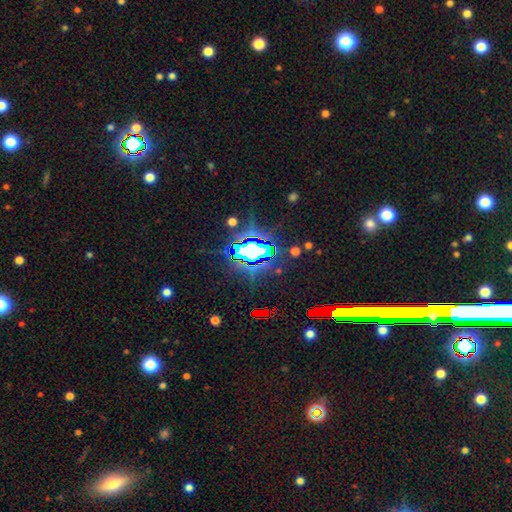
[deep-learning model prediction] The model was most divided on "smooth or featured": star or artifact: 72%, featured or disk: 15%, smooth: 14%.